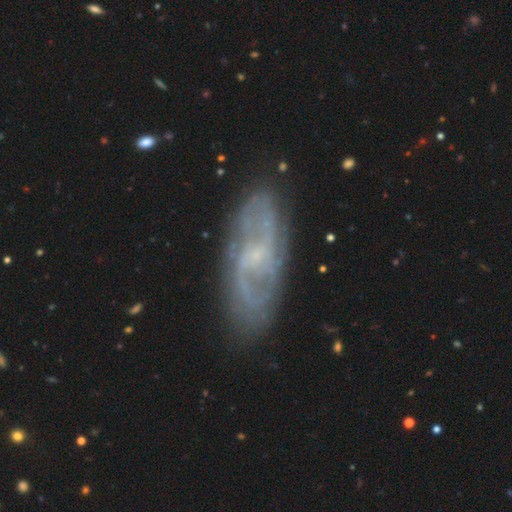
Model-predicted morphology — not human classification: smooth_or_featured: featured or disk (p=0.78) [alt: smooth p=0.15]
disk_edge_on: no (p=0.91) [alt: yes p=0.09]
bar: weak (p=0.50) [alt: no p=0.39]
has_spiral_arms: yes (p=0.90) [alt: no p=0.10]
spiral_winding: medium (p=0.42) [alt: loose p=0.36]
spiral_arm_count: 2 (p=0.68) [alt: can't tell p=0.20]
bulge_size: small (p=0.65) [alt: none p=0.19]
merging: none (p=0.82) [alt: minor disturbance p=0.13]